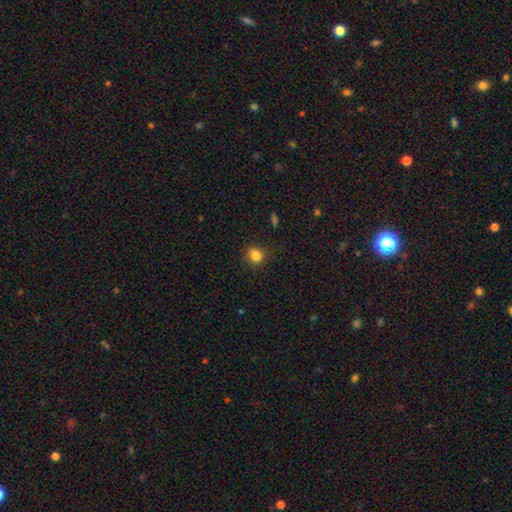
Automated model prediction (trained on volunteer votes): The model was most divided on "how rounded": round: 77%, in between: 22%, cigar-shaped: 1%. More confident: merging — none (84%); smooth or featured — smooth (83%).